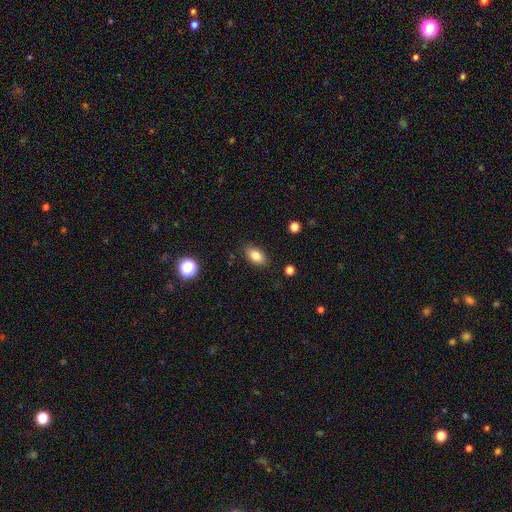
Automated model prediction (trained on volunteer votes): This is clearly a smooth galaxy (82%). How rounded: clearly in between (88%). Merging: clearly none (86%).